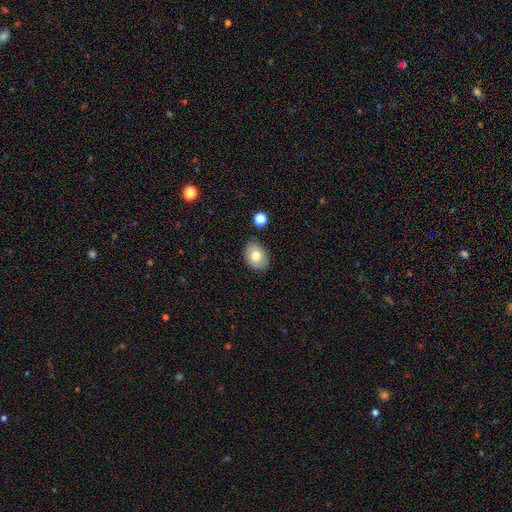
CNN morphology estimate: smooth-or-featured: smooth: 76% | featured or disk: 16% | star or artifact: 8%
  how-rounded: in between: 63% | round: 36% | cigar-shaped: 1%
  merging: none: 76% | minor disturbance: 17% | merger: 3% | major disturbance: 3%